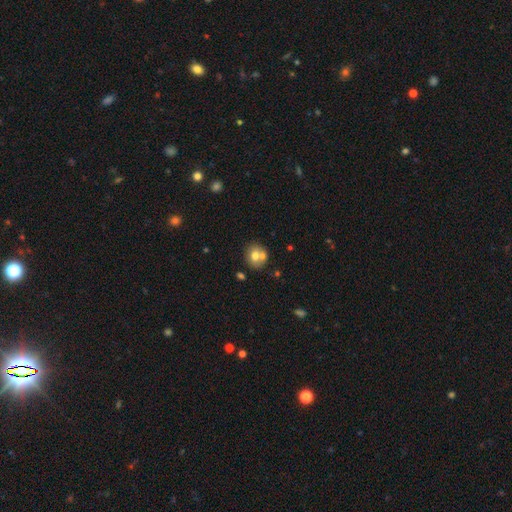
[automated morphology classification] type=smooth (68%); roundness=round (74%); merging=none (52%).